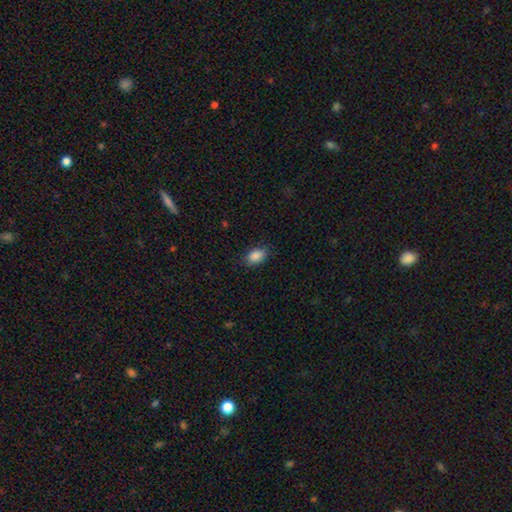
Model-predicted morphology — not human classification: The model was most divided on "merging": none: 83%, minor disturbance: 13%, major disturbance: 3%, merger: 1%. More confident: smooth or featured — smooth (88%); how rounded — in between (86%).